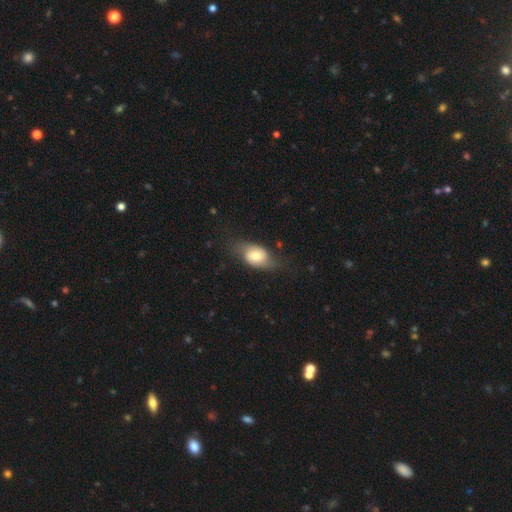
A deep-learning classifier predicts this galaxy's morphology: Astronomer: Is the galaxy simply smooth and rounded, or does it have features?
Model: smooth — 64%.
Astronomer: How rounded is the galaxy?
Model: in between — 81%.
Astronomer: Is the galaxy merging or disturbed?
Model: none — 61%.